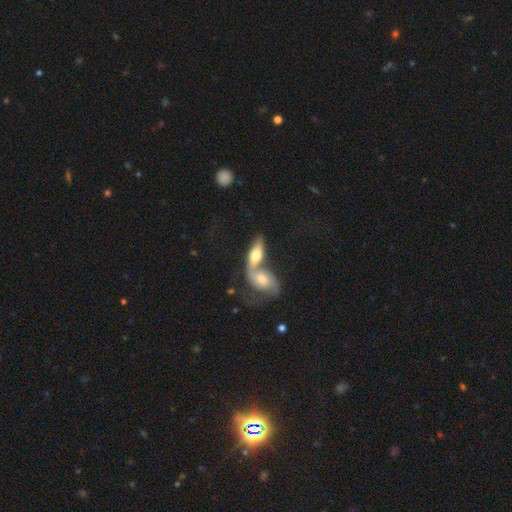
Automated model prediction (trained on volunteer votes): smooth-or-featured: smooth: 51% | featured or disk: 43% | star or artifact: 6%
  how-rounded: in between: 77% | cigar-shaped: 17% | round: 5%
  merging: merger: 73% | none: 17% | minor disturbance: 6% | major disturbance: 4%